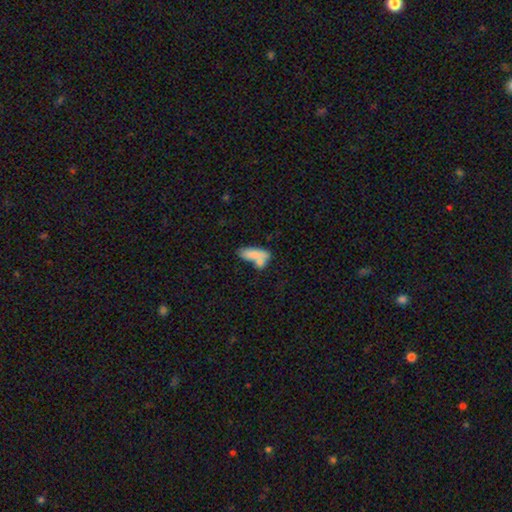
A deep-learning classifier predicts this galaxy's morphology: This is likely a smooth galaxy (78%). How rounded: likely in between (64%). Merging: marginally none (40%).